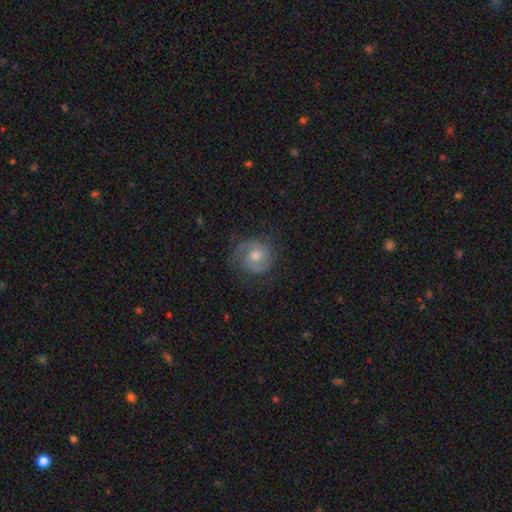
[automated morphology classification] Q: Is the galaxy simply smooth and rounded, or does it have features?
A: featured or disk — 72%.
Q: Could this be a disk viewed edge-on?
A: no — 98%.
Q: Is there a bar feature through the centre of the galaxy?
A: no — 66%.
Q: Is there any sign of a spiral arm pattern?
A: yes — 92%.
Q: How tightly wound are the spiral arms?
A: tight — 51%.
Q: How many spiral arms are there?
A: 2 — 77%.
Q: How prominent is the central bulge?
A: moderate — 63%.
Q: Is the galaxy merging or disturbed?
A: none — 76%.